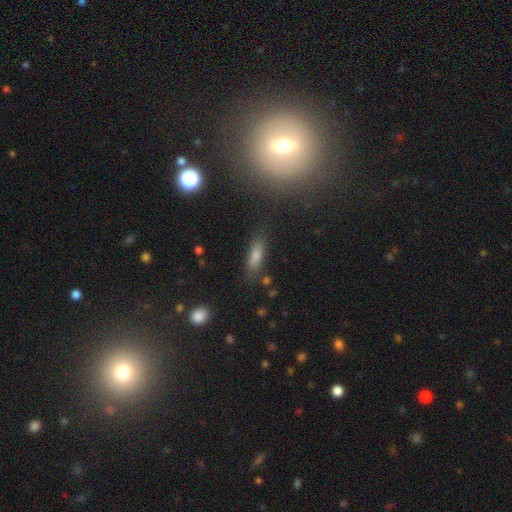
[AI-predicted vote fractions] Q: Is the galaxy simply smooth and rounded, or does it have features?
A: smooth — 69%.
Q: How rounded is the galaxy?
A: cigar-shaped — 53%.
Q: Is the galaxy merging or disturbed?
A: none — 79%.